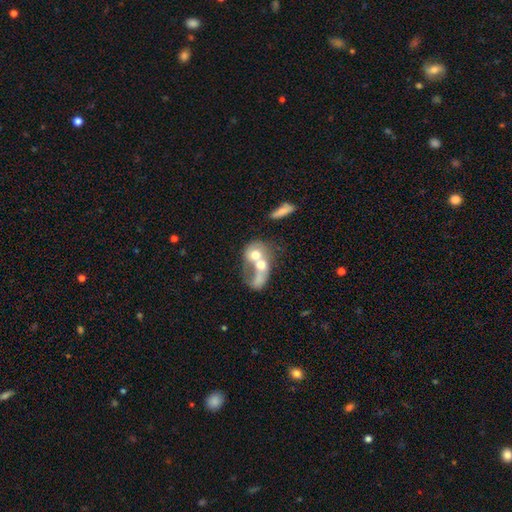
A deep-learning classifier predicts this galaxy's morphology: Smooth or featured?
  - smooth: 53% *
  - featured or disk: 39%
  - star or artifact: 8%
How rounded?
  - in between: 54% *
  - round: 43%
  - cigar-shaped: 3%
Merging?
  - merger: 79% *
  - major disturbance: 9%
  - none: 7%
  - minor disturbance: 4%